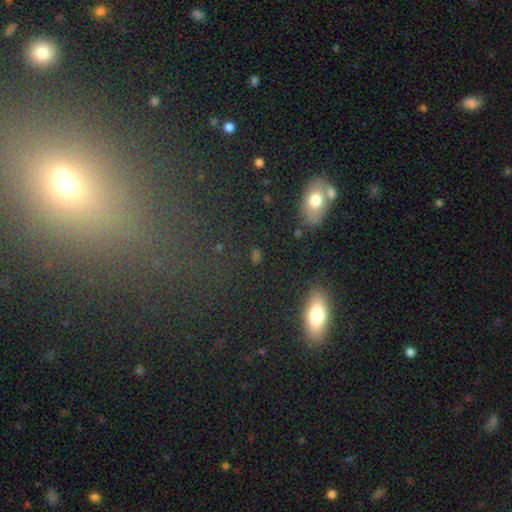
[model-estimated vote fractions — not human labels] The model was most divided on "how rounded": in between: 58%, round: 29%, cigar-shaped: 13%. More confident: merging — none (77%); smooth or featured — smooth (64%).